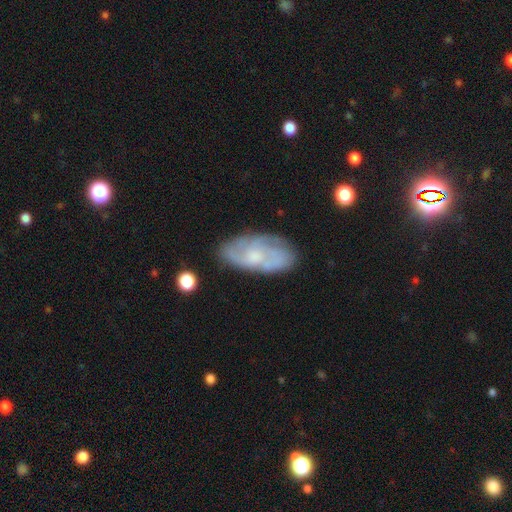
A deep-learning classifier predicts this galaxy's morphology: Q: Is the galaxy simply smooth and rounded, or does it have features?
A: featured or disk — 60%.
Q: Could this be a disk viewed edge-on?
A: no — 93%.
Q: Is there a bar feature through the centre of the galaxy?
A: no — 73%.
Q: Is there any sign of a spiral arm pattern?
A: yes — 75%.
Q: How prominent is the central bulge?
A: small — 40%.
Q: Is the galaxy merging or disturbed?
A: none — 71%.